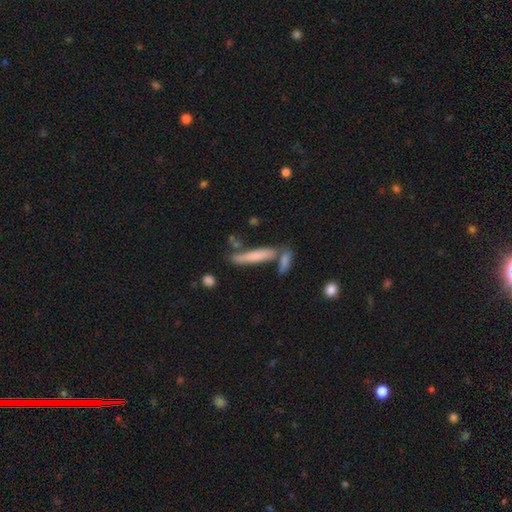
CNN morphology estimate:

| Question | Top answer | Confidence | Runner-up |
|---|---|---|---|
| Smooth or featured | smooth | 68% | featured or disk (24%) |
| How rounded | cigar-shaped | 85% | in between (13%) |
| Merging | none | 63% | merger (19%) |